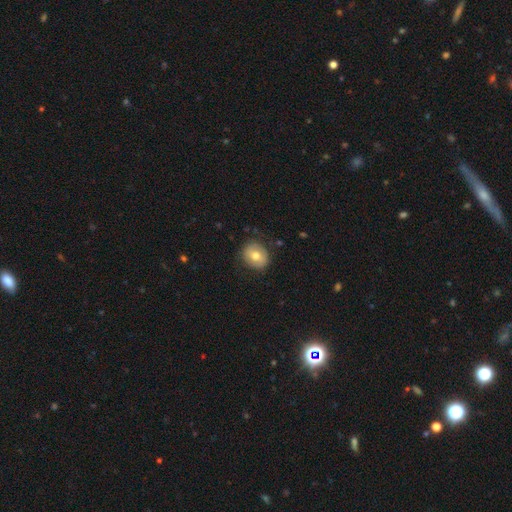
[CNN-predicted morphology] Smooth or featured?
  - smooth: 67% *
  - featured or disk: 26%
  - star or artifact: 8%
How rounded?
  - round: 66% *
  - in between: 33%
  - cigar-shaped: 1%
Merging?
  - none: 81% *
  - minor disturbance: 14%
  - major disturbance: 4%
  - merger: 1%